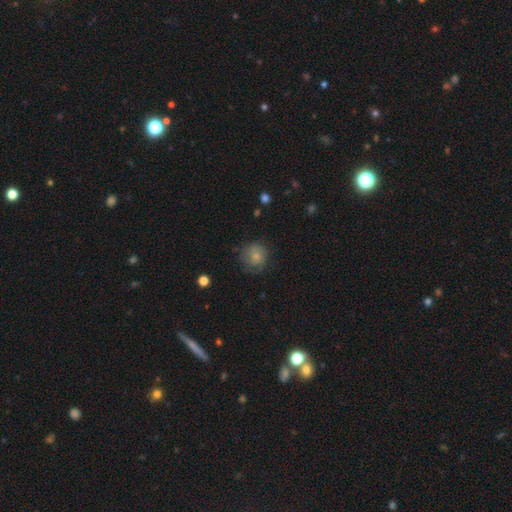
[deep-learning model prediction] Smooth or featured? Predicted: smooth (p=0.69). How rounded? Predicted: round (p=0.85). Merging? Predicted: none (p=0.65).